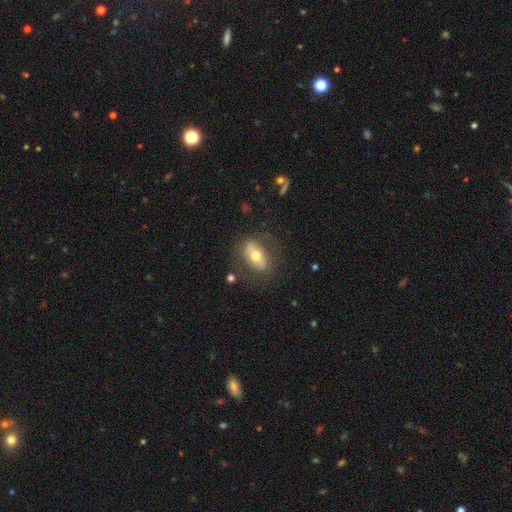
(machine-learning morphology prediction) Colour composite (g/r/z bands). It shows a featured or disk galaxy (47%). Merging: none (72%).